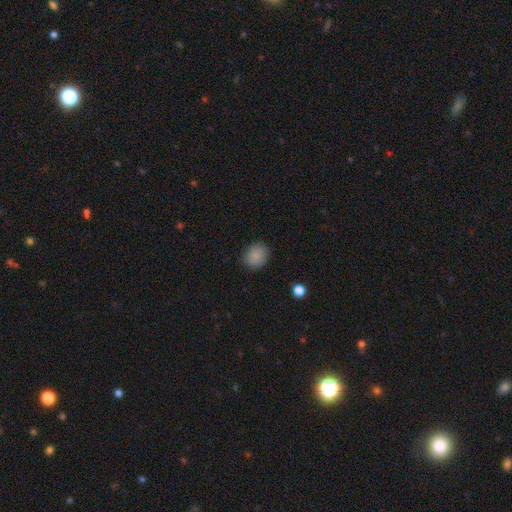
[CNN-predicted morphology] Smooth or featured: smooth — 86% (star or artifact — 9%)
How rounded: round — 67% (in between — 32%)
Merging: none — 86% (minor disturbance — 10%)